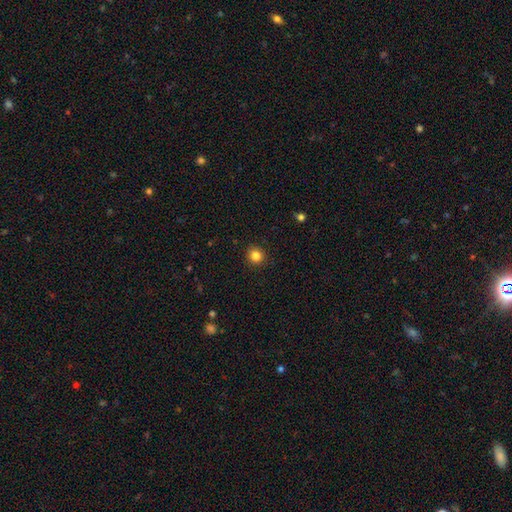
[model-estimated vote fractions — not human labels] Smooth or featured: smooth — 84% (star or artifact — 12%)
How rounded: round — 91% (in between — 8%)
Merging: none — 91% (minor disturbance — 6%)